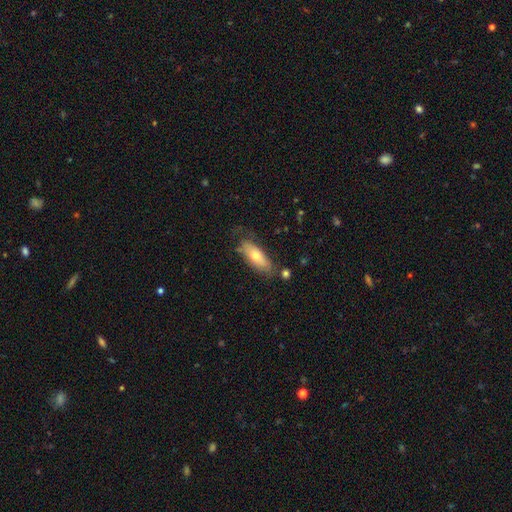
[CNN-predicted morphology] This appears to be a smooth galaxy with no disk features (63%) that is in between round and cigar-shaped (64%). Merging: none (65%).